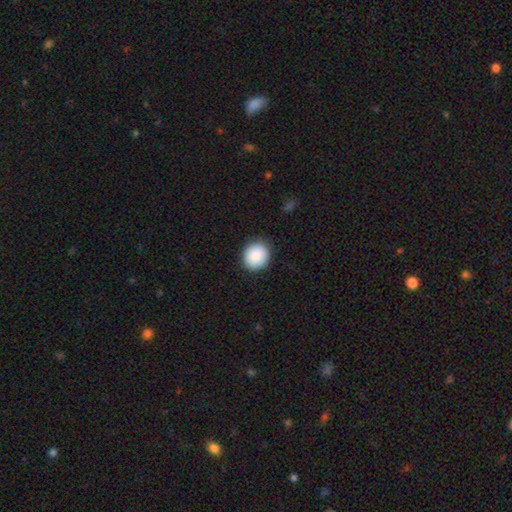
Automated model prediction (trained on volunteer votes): Morphology: type=smooth (89%); roundness=round (81%); merging=none (89%).